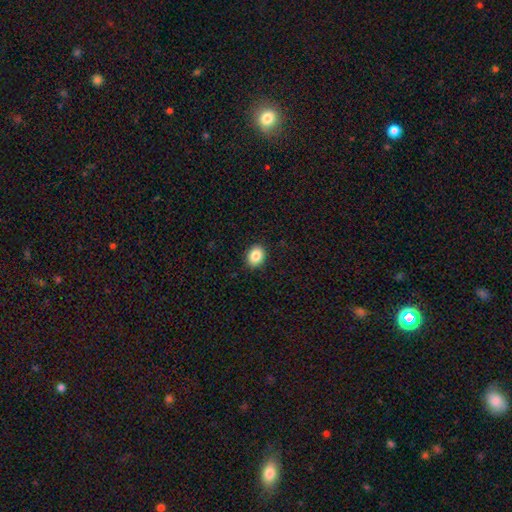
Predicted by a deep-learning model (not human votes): Overall: smooth (86%). How rounded: round (51%; in between 48%). Merging: none (91%).